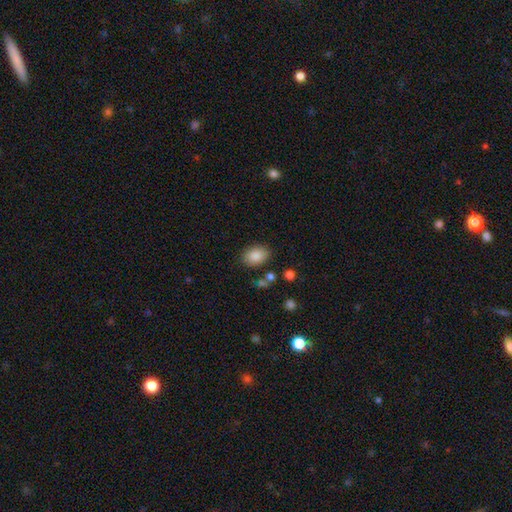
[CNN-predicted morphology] This is clearly a smooth galaxy (86%). How rounded: likely in between (79%). Merging: clearly none (83%).